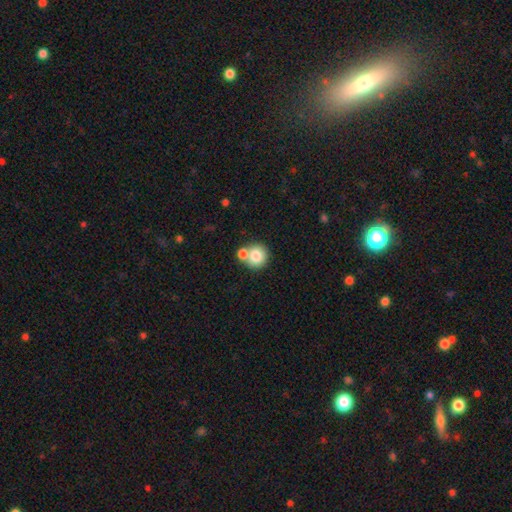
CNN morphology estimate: Overall: smooth (80%). How rounded: round (90%). Merging: none (53%; merger 35%).